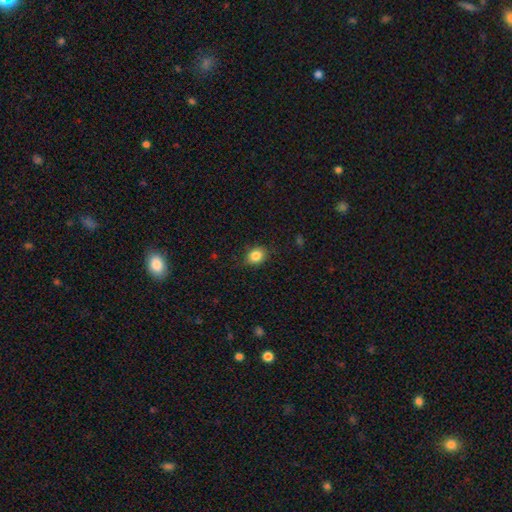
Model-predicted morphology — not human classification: Overall: smooth (84%). How rounded: round (57%; in between 42%). Merging: none (83%).